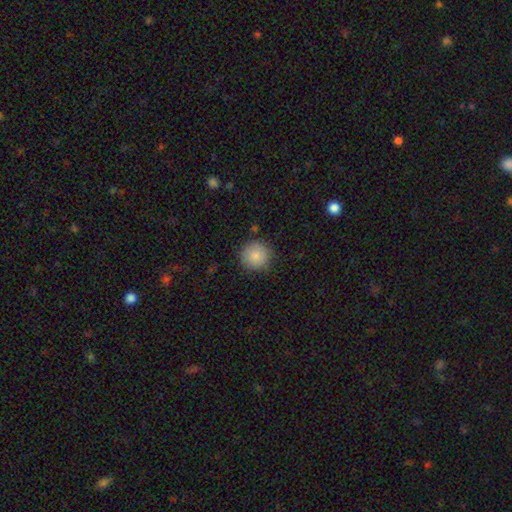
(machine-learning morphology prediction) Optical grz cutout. It shows a smooth galaxy with no disk features (86%) that is round (94%). Merging: none (87%).